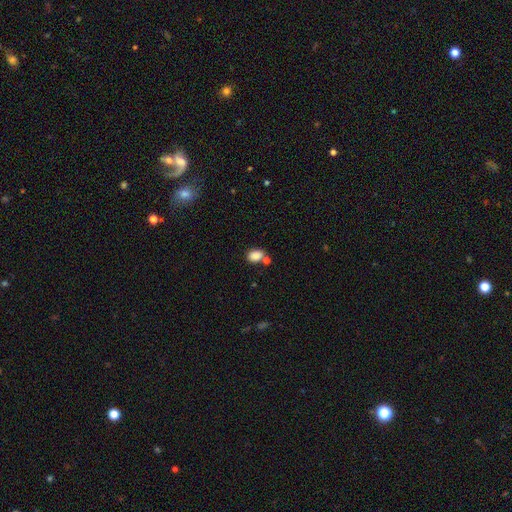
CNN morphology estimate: Q: Smooth or featured?
A: smooth (85%); runner-up: star or artifact (9%)
Q: How rounded?
A: in between (76%); runner-up: round (23%)
Q: Merging?
A: none (59%); runner-up: merger (23%)